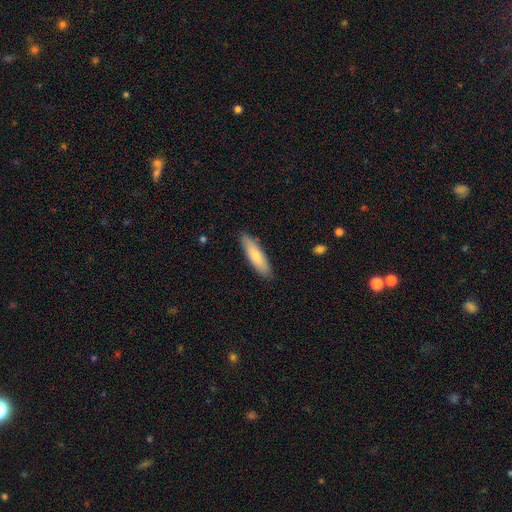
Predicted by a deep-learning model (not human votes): Overall: smooth (73%). How rounded: cigar-shaped (65%; in between 33%). Merging: none (86%).